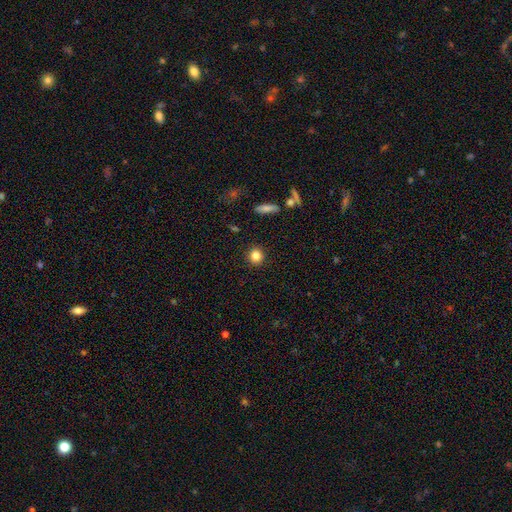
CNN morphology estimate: The model was most divided on "smooth or featured": smooth: 83%, star or artifact: 11%, featured or disk: 6%. More confident: merging — none (91%); how rounded — round (90%).